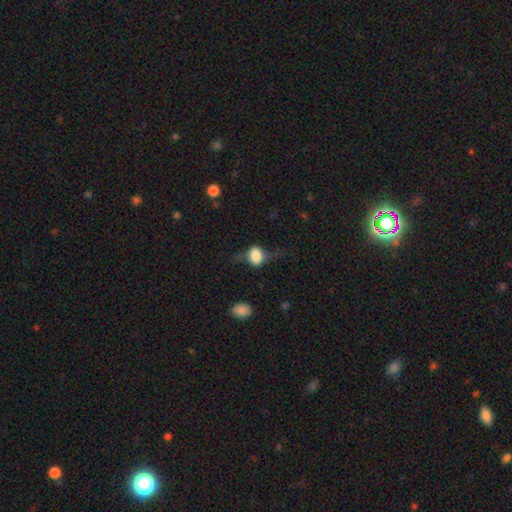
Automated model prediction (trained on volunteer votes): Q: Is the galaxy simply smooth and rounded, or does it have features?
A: smooth — 48%.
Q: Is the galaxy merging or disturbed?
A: none — 52%.